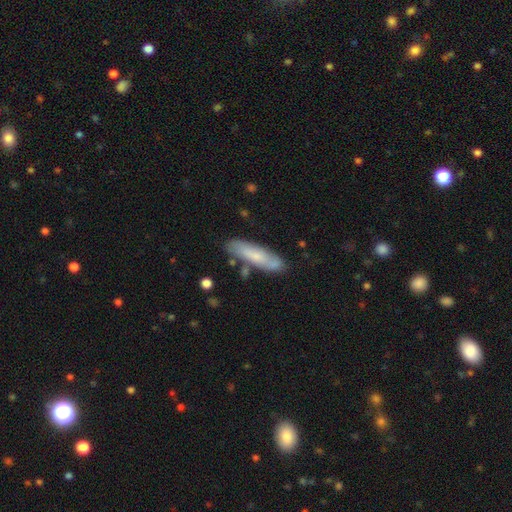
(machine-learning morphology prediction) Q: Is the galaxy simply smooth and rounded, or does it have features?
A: smooth — 61%.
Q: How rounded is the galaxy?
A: cigar-shaped — 68%.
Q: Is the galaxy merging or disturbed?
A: none — 74%.